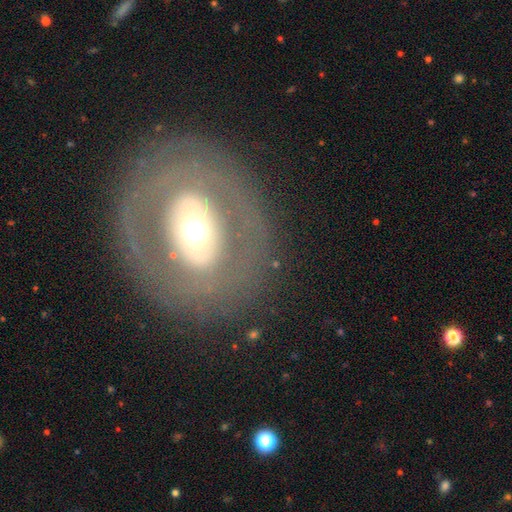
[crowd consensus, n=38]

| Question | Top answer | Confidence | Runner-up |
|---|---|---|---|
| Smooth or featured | featured or disk | 74% | smooth (26%) |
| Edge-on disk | no | 93% | yes (7%) |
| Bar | no | 65% | weak (23%) |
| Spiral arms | no | 73% | yes (27%) |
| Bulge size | moderate | 46% | large (27%) |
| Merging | none | 82% | minor disturbance (16%) |